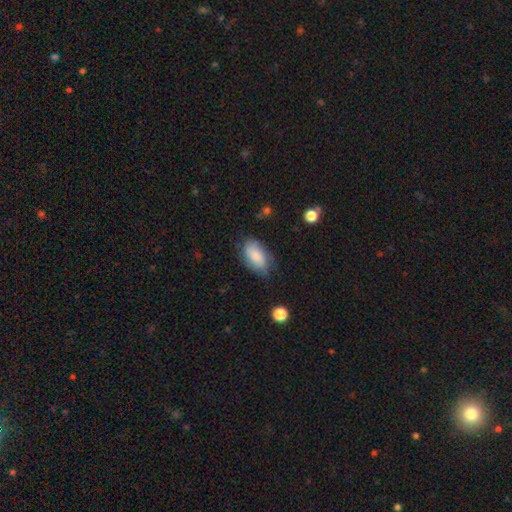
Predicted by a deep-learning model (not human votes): smooth 84%, featured or disk 10%, star or artifact 6%. Down the decision tree: how rounded — in between (93%); merging — none (72%).